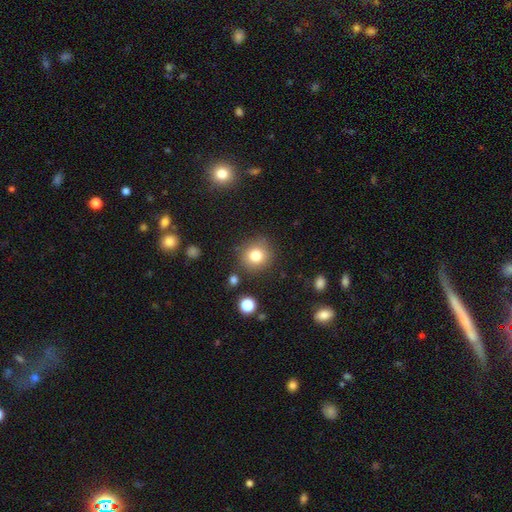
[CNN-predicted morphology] smooth_or_featured: smooth (p=0.80) [alt: star or artifact p=0.12]
how_rounded: round (p=0.90) [alt: in between p=0.09]
merging: none (p=0.84) [alt: minor disturbance p=0.09]